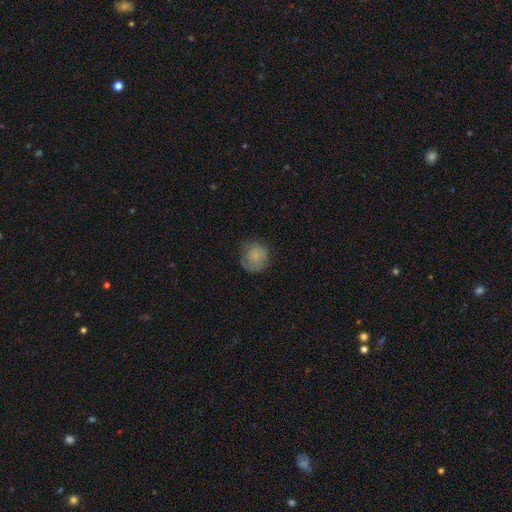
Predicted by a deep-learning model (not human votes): A smooth galaxy with no disk features (76%) that is round (87%). Merging: none (68%).